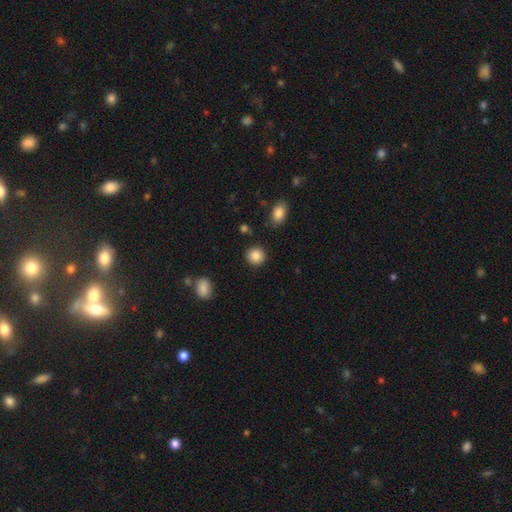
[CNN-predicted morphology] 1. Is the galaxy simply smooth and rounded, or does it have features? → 87% smooth, 9% star or artifact, 4% featured or disk.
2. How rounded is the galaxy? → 89% round, 10% in between, 1% cigar-shaped.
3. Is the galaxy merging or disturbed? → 89% none, 7% minor disturbance, 2% major disturbance, 2% merger.